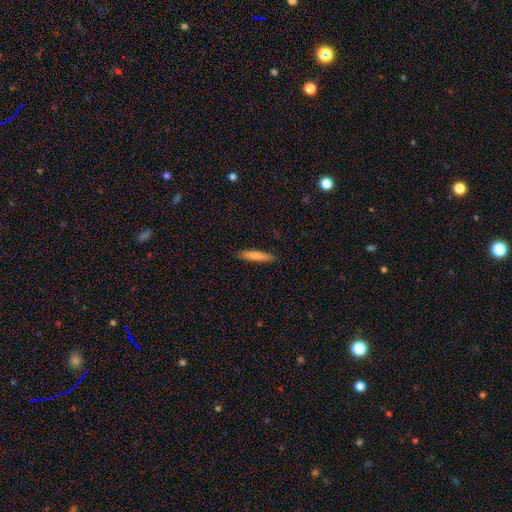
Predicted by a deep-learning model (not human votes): Smooth or featured: smooth — 80% (featured or disk — 14%)
How rounded: cigar-shaped — 89% (in between — 9%)
Merging: none — 90% (minor disturbance — 8%)